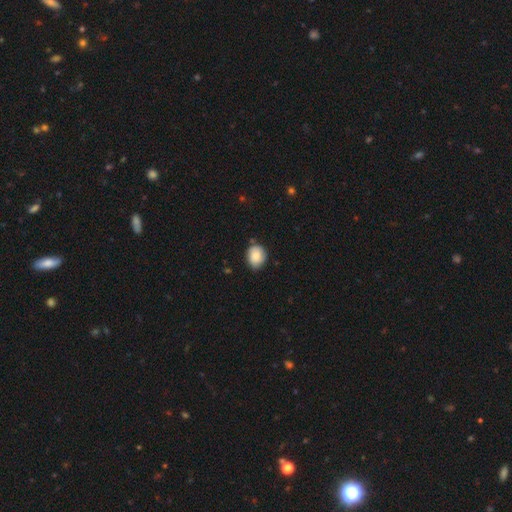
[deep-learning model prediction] A smooth galaxy with no disk features (80%) that is round (63%). Merging: none (71%).